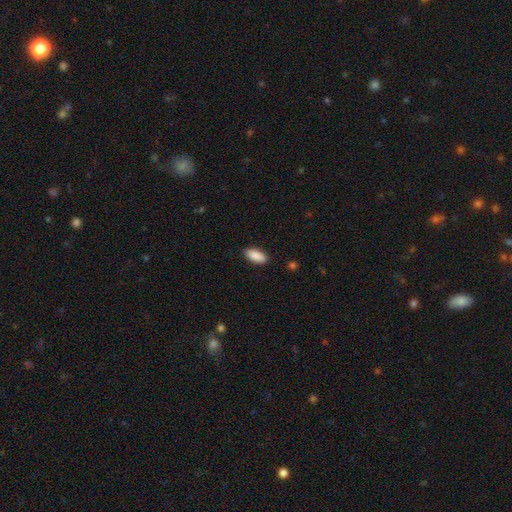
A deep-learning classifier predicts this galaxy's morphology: Q: Smooth or featured?
A: smooth (90%); runner-up: star or artifact (6%)
Q: How rounded?
A: in between (90%); runner-up: cigar-shaped (8%)
Q: Merging?
A: none (88%); runner-up: minor disturbance (9%)